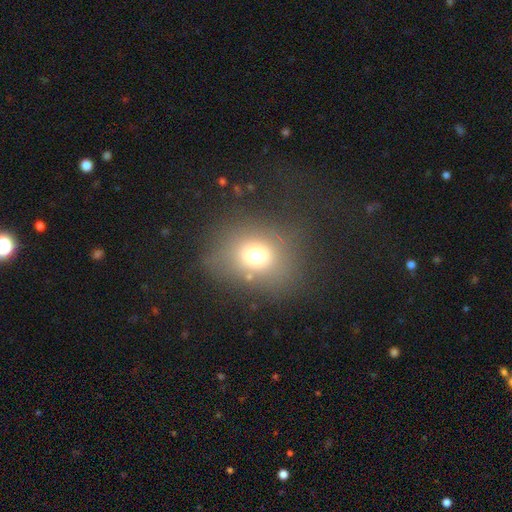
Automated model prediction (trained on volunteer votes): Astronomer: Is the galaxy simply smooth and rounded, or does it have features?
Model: smooth — 70%.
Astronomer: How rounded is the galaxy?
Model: round — 63%.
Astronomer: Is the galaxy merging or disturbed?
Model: none — 74%.